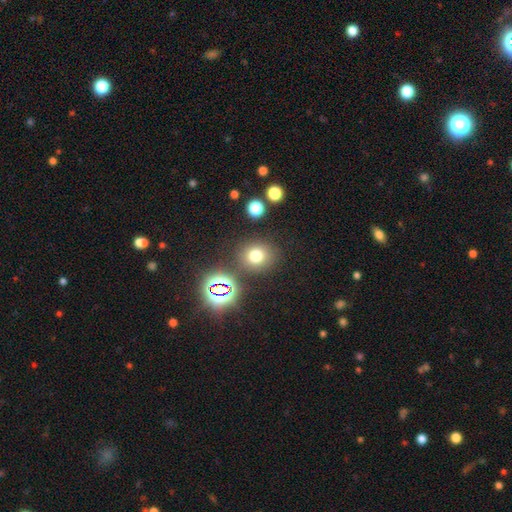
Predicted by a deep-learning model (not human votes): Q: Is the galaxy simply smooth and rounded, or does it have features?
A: smooth — 71%.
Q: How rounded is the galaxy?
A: round — 81%.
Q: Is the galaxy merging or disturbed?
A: none — 81%.